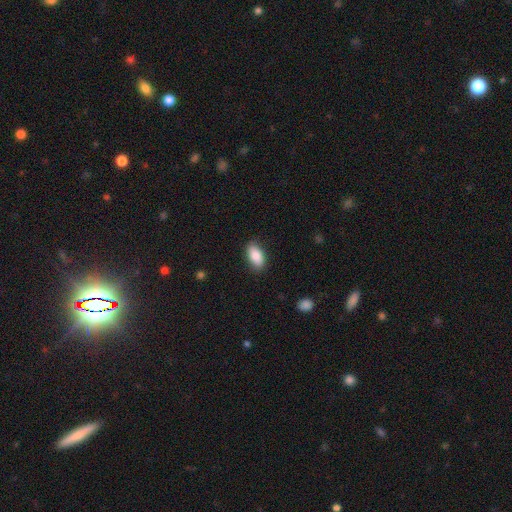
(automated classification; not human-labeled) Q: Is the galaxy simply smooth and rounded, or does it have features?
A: smooth — 84%.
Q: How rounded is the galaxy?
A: in between — 92%.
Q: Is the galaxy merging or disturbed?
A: none — 84%.